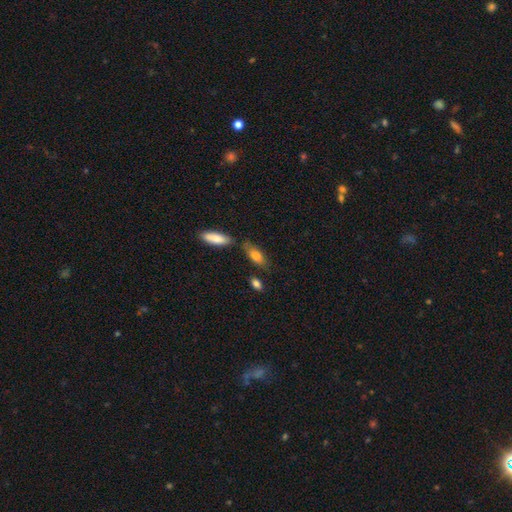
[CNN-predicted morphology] This appears to be a smooth galaxy with no disk features (76%) that is in between round and cigar-shaped (72%). Merging: none (64%).